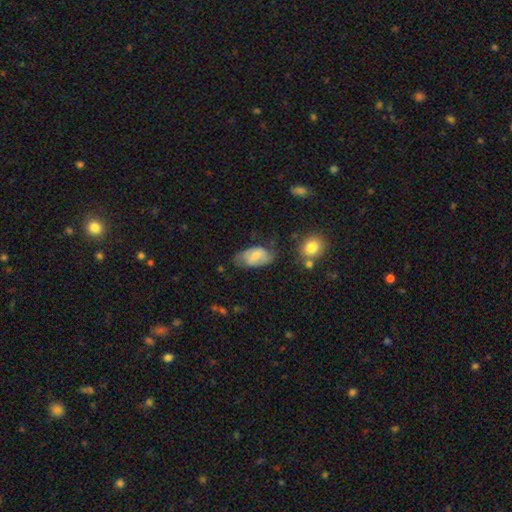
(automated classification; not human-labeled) Smooth or featured? Predicted: smooth (p=0.56). How rounded? Predicted: in between (p=0.91). Merging? Predicted: none (p=0.49).